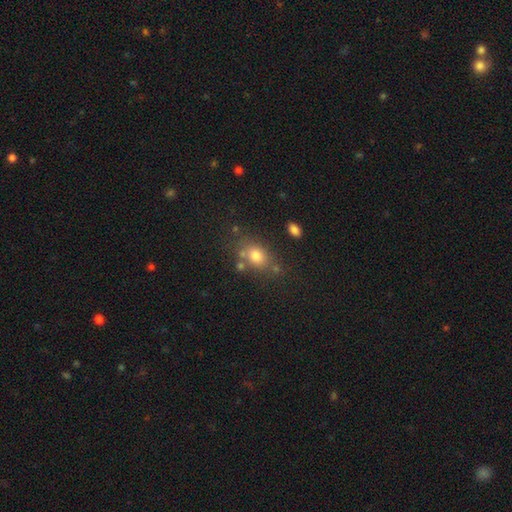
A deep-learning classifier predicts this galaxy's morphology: Overall: smooth (75%). How rounded: in between (63%; round 35%). Merging: none (66%).